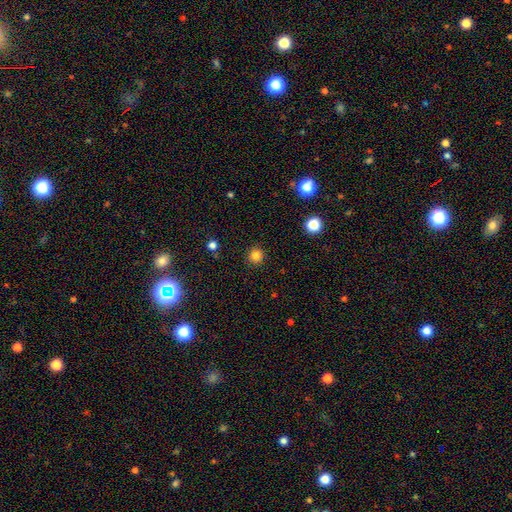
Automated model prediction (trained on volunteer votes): A smooth galaxy with no disk features (82%) that is round (94%). Merging: none (91%).